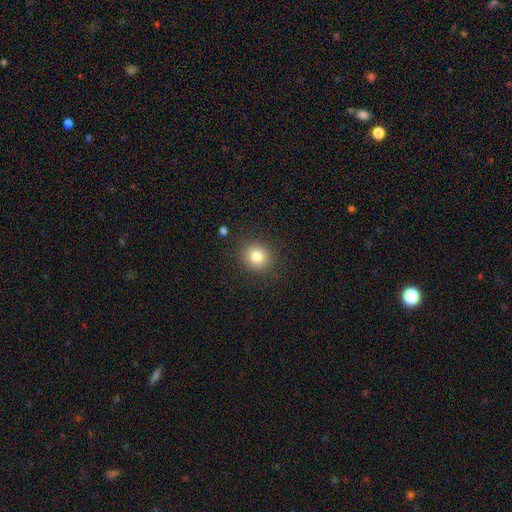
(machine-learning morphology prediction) smooth 82%, star or artifact 12%, featured or disk 7%. Down the decision tree: how rounded — round (87%); merging — none (89%).